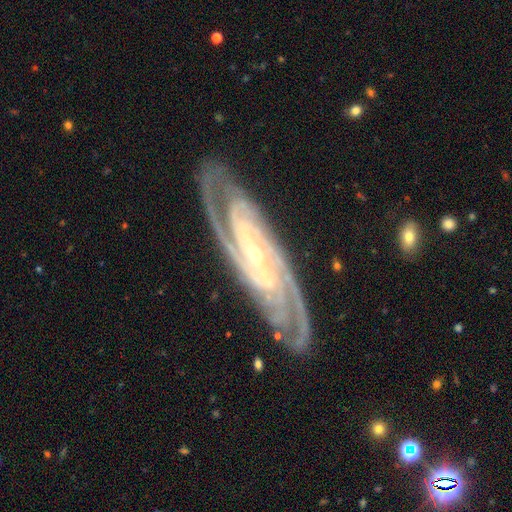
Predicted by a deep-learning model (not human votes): smooth_or_featured: featured or disk (p=0.93) [alt: star or artifact p=0.04]
disk_edge_on: no (p=0.91) [alt: yes p=0.09]
bar: no (p=0.43) [alt: weak p=0.29]
has_spiral_arms: yes (p=0.99) [alt: no p=0.01]
spiral_winding: tight (p=0.71) [alt: medium p=0.26]
spiral_arm_count: 3 (p=0.29) [alt: 2 p=0.26]
bulge_size: small (p=0.78) [alt: moderate p=0.18]
merging: none (p=0.82) [alt: minor disturbance p=0.13]